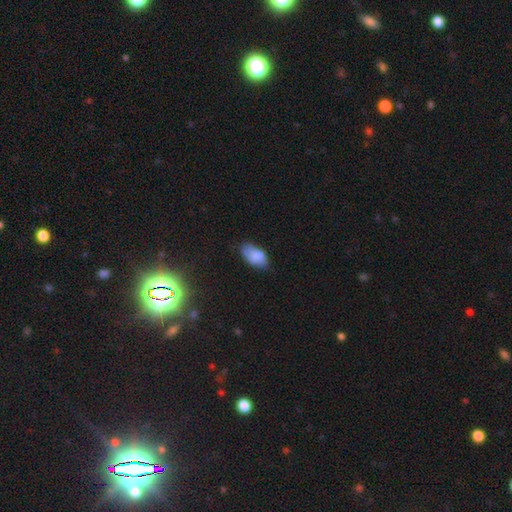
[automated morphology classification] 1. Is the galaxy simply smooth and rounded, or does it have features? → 79% smooth, 13% featured or disk, 9% star or artifact.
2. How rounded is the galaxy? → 94% in between, 4% round, 2% cigar-shaped.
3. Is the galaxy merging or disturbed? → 55% none, 34% minor disturbance, 9% major disturbance, 2% merger.